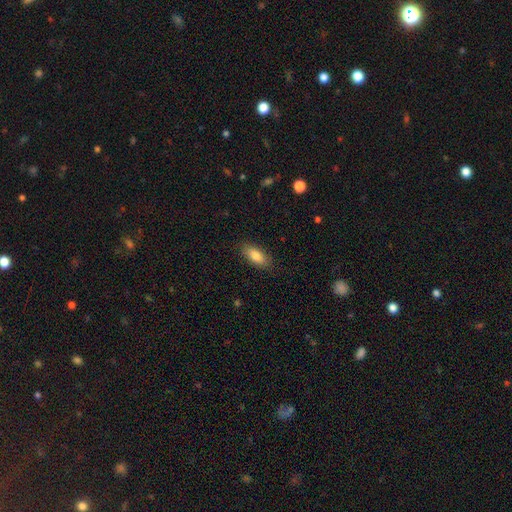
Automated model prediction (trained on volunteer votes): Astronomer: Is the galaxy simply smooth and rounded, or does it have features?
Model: smooth — 84%.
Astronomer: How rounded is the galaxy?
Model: in between — 83%.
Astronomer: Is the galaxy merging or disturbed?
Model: none — 85%.